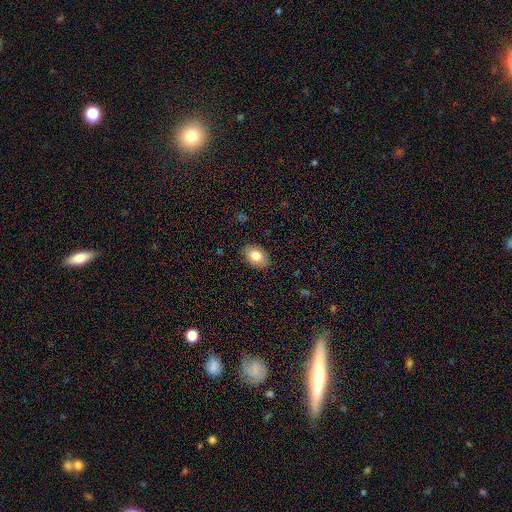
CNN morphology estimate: Smooth or featured? Predicted: smooth (p=0.81). How rounded? Predicted: in between (p=0.83). Merging? Predicted: none (p=0.86).